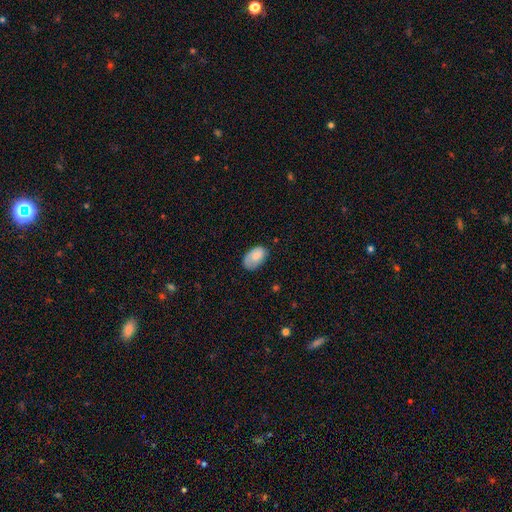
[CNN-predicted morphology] Smooth or featured: smooth — 77% (featured or disk — 16%)
How rounded: in between — 92% (round — 7%)
Merging: none — 66% (minor disturbance — 26%)